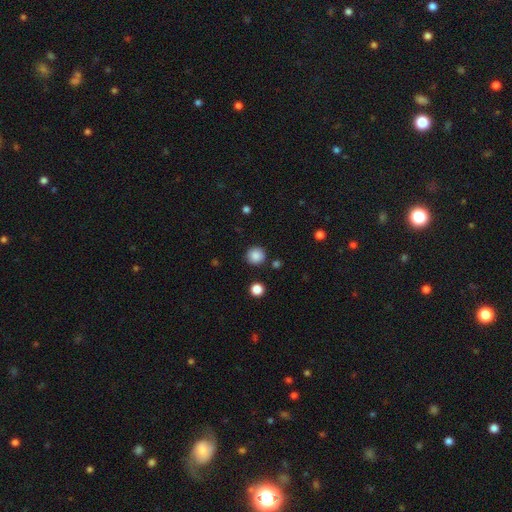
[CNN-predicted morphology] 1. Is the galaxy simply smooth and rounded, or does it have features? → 87% smooth, 10% star or artifact, 3% featured or disk.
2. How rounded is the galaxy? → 94% round, 5% in between, 1% cigar-shaped.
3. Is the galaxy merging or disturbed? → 89% none, 6% minor disturbance, 2% merger, 2% major disturbance.